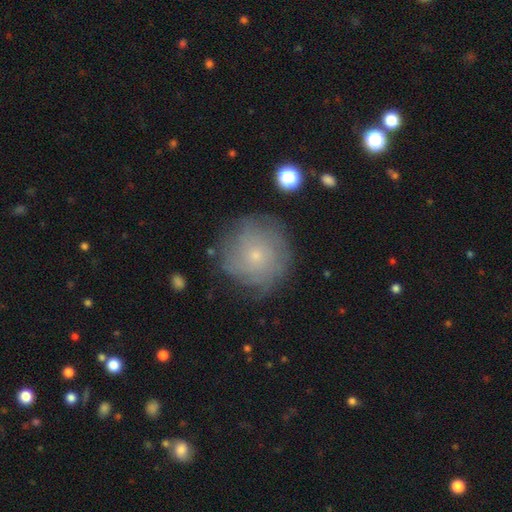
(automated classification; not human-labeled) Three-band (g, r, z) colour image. It shows a featured or disk galaxy (45%). Merging: none (74%).